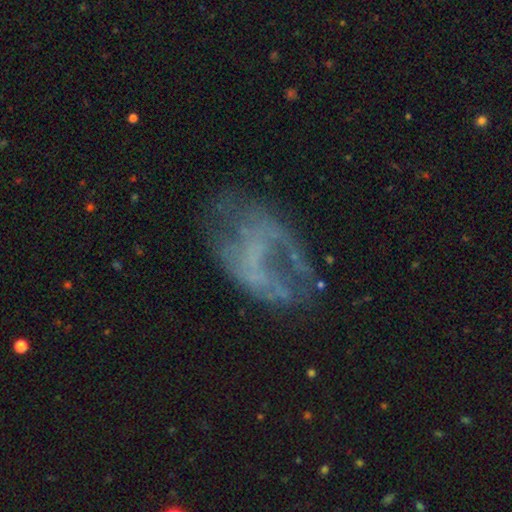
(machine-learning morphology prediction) This appears to be a featured or disk galaxy (66%) with no bar (70%), no spiral arms (57%) and no central bulge (77%). Merging: none (44%).